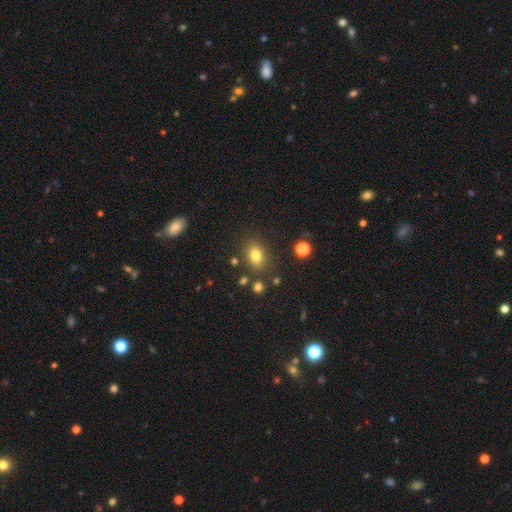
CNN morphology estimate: Smooth or featured? smooth (79%)
How rounded? in between (65%)
Merging? none (80%)